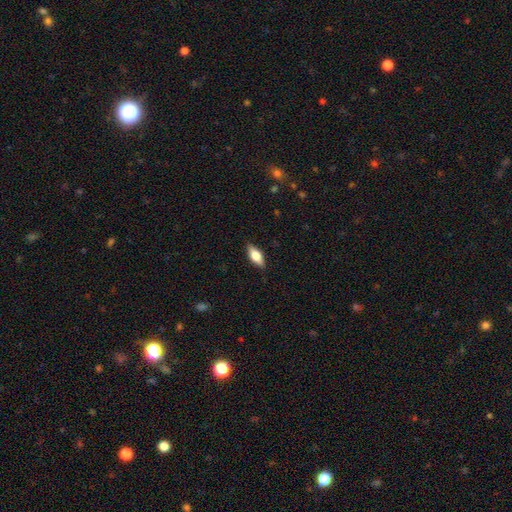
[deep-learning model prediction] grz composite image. It shows a smooth galaxy with no disk features (60%) that is in between round and cigar-shaped (76%). Merging: none (87%).